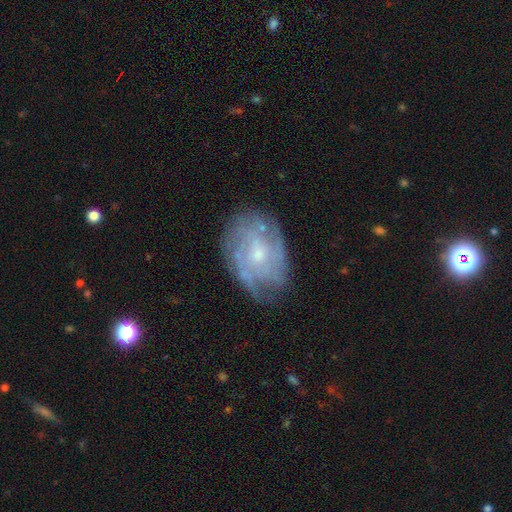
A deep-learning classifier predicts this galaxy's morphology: This is likely a featured or disk galaxy (71%). It is clearly not viewed edge-on (96%). Bar: likely no (71%). Spiral arm pattern: clearly yes (84%). Spiral arm count: possibly can't tell (51%). Spiral winding: possibly tight (58%). Central bulge: possibly small (57%). Merging: likely none (72%).